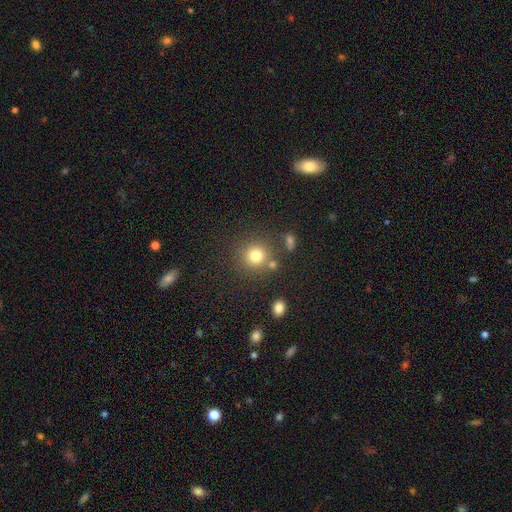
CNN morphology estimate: Smooth or featured? Predicted: smooth (p=0.79). How rounded? Predicted: round (p=0.91). Merging? Predicted: none (p=0.79).